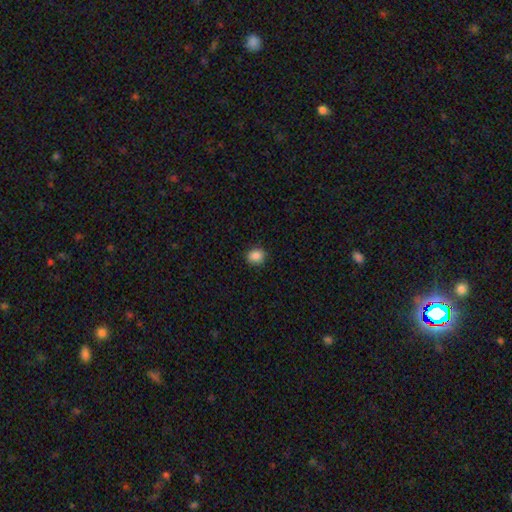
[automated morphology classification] type=smooth (87%); roundness=round (77%); merging=none (88%).